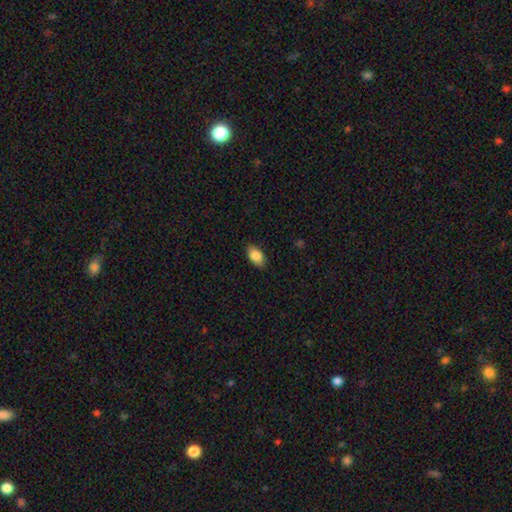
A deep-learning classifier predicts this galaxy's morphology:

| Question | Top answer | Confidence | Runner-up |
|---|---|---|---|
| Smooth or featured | smooth | 86% | star or artifact (7%) |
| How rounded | in between | 92% | round (6%) |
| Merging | none | 86% | minor disturbance (10%) |